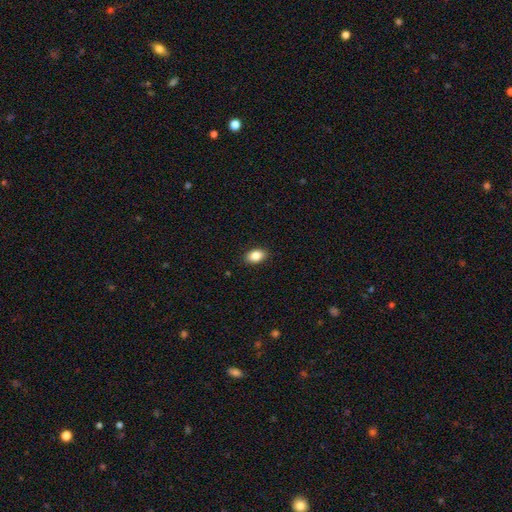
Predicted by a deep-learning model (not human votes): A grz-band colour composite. It shows a smooth galaxy with no disk features (86%) that is in between round and cigar-shaped (86%). Merging: none (89%).